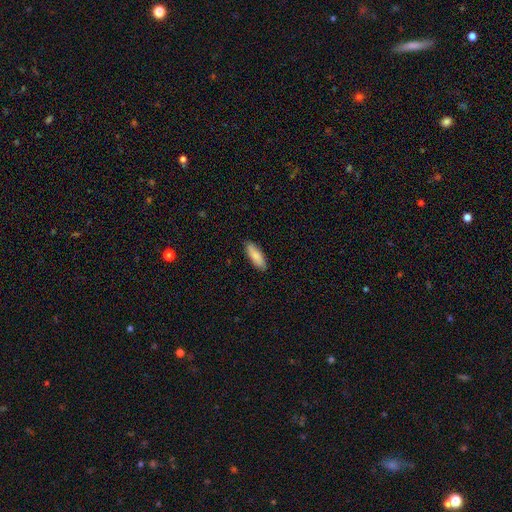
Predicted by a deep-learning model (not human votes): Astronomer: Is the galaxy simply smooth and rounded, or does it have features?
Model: smooth — 84%.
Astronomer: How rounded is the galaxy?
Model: in between — 65%.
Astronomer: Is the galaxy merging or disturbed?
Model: none — 88%.